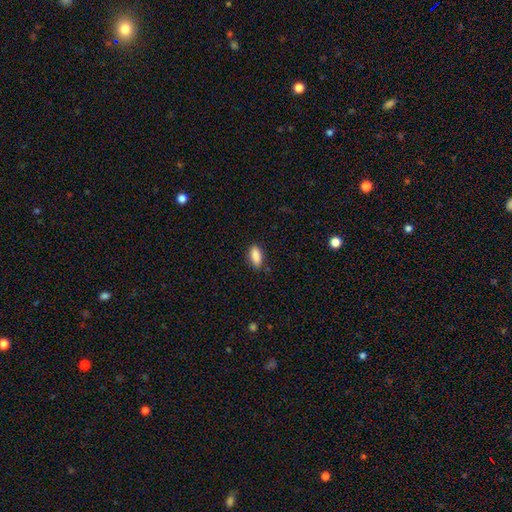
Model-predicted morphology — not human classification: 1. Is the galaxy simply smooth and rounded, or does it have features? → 89% smooth, 7% star or artifact, 4% featured or disk.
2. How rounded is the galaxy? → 86% in between, 12% cigar-shaped, 3% round.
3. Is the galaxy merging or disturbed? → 83% none, 13% minor disturbance, 3% major disturbance, 1% merger.